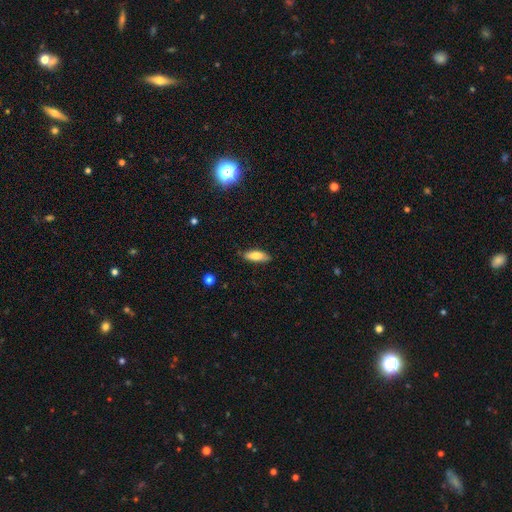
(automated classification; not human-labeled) Smooth or featured: smooth — 77% (featured or disk — 16%)
How rounded: in between — 65% (cigar-shaped — 33%)
Merging: none — 81% (minor disturbance — 15%)